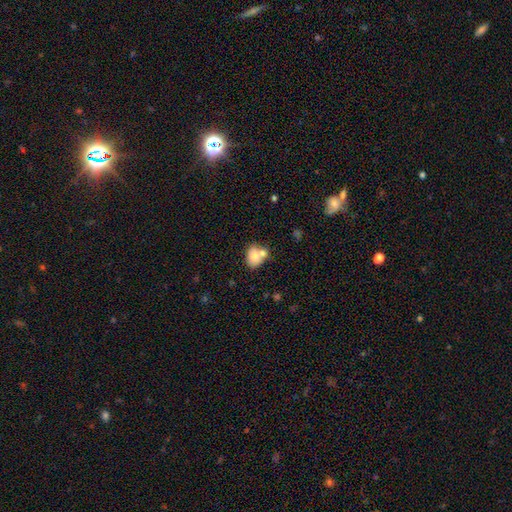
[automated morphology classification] This is likely a smooth galaxy (77%). How rounded: likely in between (66%). Merging: marginally none (42%).